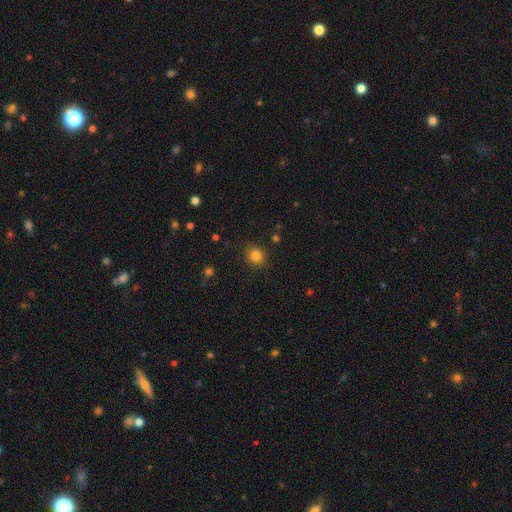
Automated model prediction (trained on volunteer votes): This appears to be a smooth galaxy with no disk features (83%) that is round (80%). Merging: none (89%).